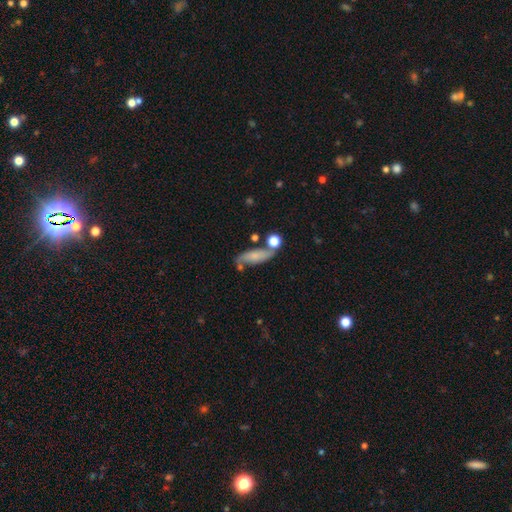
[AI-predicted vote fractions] This is possibly a smooth galaxy (49%). Merging: possibly none (58%).